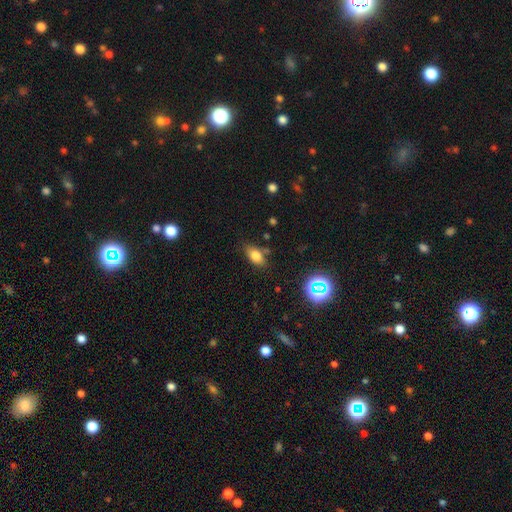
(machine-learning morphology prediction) smooth_or_featured: smooth (p=0.75) [alt: star or artifact p=0.13]
how_rounded: in between (p=0.83) [alt: round p=0.10]
merging: none (p=0.72) [alt: minor disturbance p=0.20]